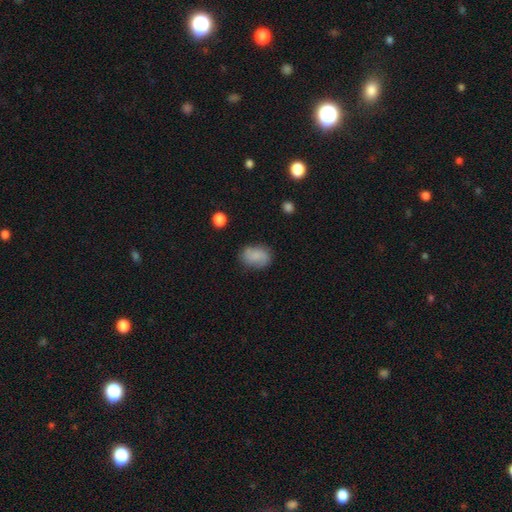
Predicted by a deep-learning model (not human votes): This is likely a smooth galaxy (71%). How rounded: likely in between (76%). Merging: likely none (68%).